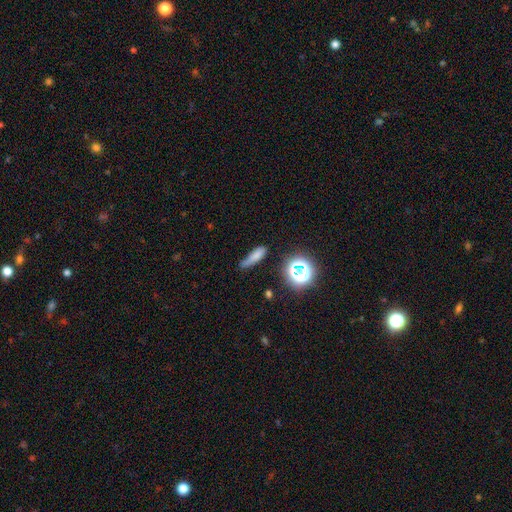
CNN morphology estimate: type=smooth (70%); roundness=cigar-shaped (61%); merging=none (51%).